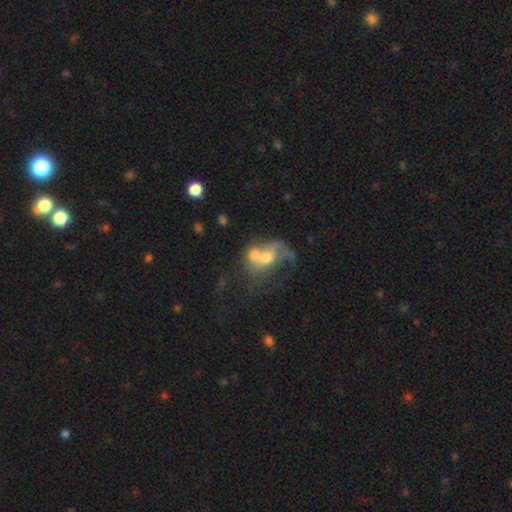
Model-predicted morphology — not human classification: This appears to be a featured or disk galaxy (51%). Merging: merger (61%).